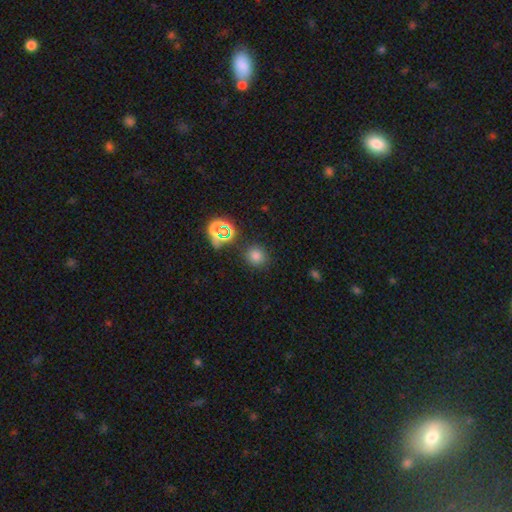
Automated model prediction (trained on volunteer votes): smooth 71%, star or artifact 23%, featured or disk 6%. Down the decision tree: how rounded — round (88%); merging — none (84%).